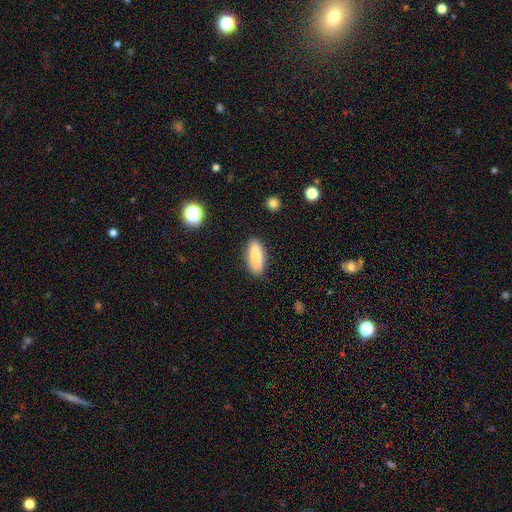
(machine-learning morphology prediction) type=smooth (83%); roundness=in between (69%); merging=none (84%).